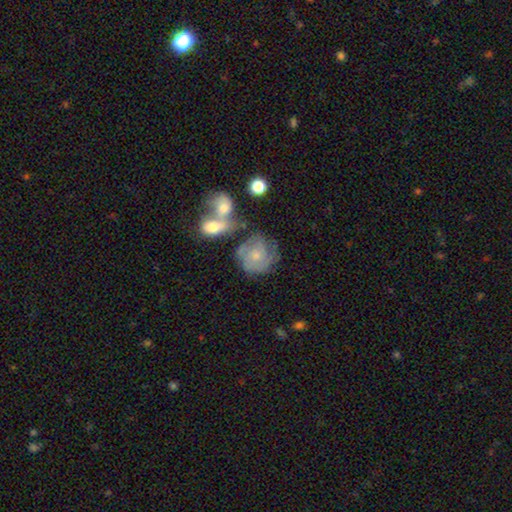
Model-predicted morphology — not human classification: Q: Smooth or featured?
A: featured or disk (57%); runner-up: smooth (35%)
Q: Edge-on disk?
A: no (97%); runner-up: yes (3%)
Q: Bar?
A: no (79%); runner-up: weak (18%)
Q: Spiral arms?
A: yes (79%); runner-up: no (21%)
Q: Bulge size?
A: small (58%); runner-up: moderate (32%)
Q: Merging?
A: none (46%); runner-up: merger (21%)